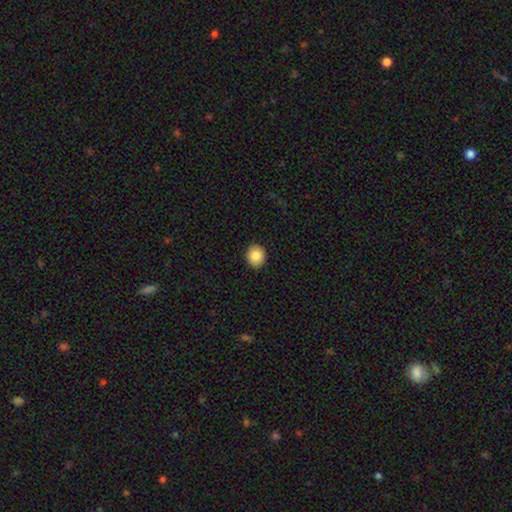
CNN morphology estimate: Smooth or featured?
  - smooth: 86% *
  - star or artifact: 9%
  - featured or disk: 6%
How rounded?
  - round: 78% *
  - in between: 21%
  - cigar-shaped: 1%
Merging?
  - none: 92% *
  - minor disturbance: 5%
  - major disturbance: 2%
  - merger: 1%